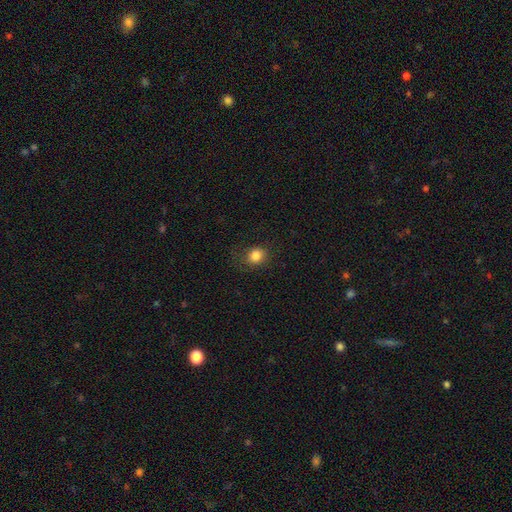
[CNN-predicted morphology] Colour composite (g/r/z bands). It shows a smooth galaxy with no disk features (83%) that is round (69%). Merging: none (78%).